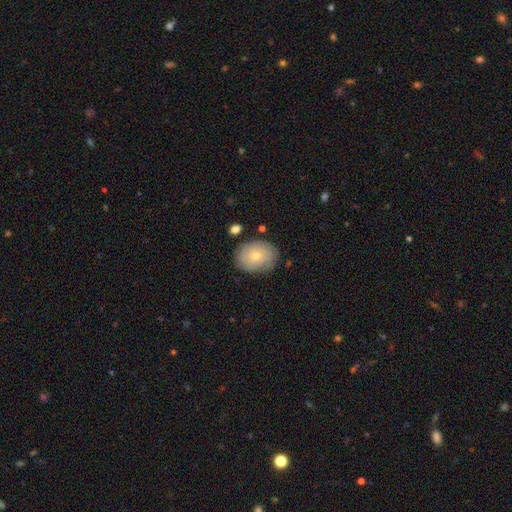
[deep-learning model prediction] Morphology: type=smooth (69%); roundness=in between (61%); merging=none (79%).